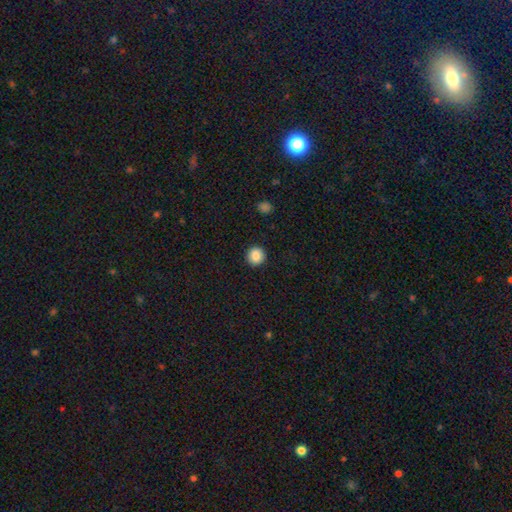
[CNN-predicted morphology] Smooth or featured?
  - smooth: 88% *
  - star or artifact: 9%
  - featured or disk: 3%
How rounded?
  - round: 94% *
  - in between: 5%
  - cigar-shaped: 1%
Merging?
  - none: 92% *
  - minor disturbance: 5%
  - major disturbance: 2%
  - merger: 1%